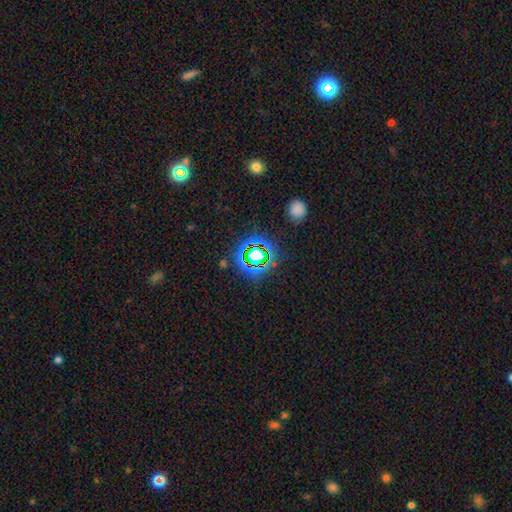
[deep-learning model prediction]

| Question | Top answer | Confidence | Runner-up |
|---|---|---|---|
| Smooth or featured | star or artifact | 71% | smooth (19%) |